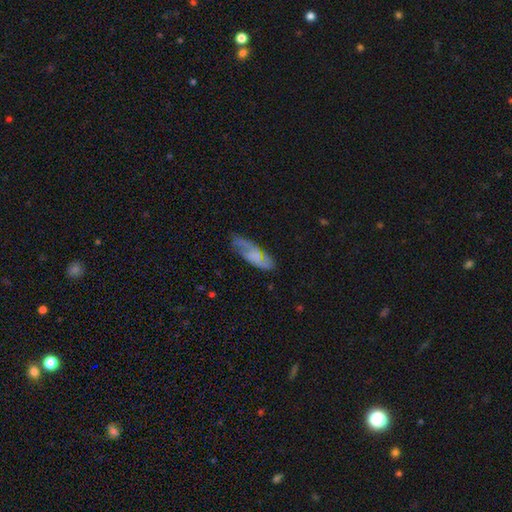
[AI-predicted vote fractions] A featured or disk galaxy (53%).

Vote fractions:
- Smooth or featured? featured or disk: 53% / smooth: 38% / star or artifact: 9%
- Edge-on disk? no: 84% / yes: 16%
- Merging? none: 63% / minor disturbance: 24% / major disturbance: 11% / merger: 2%